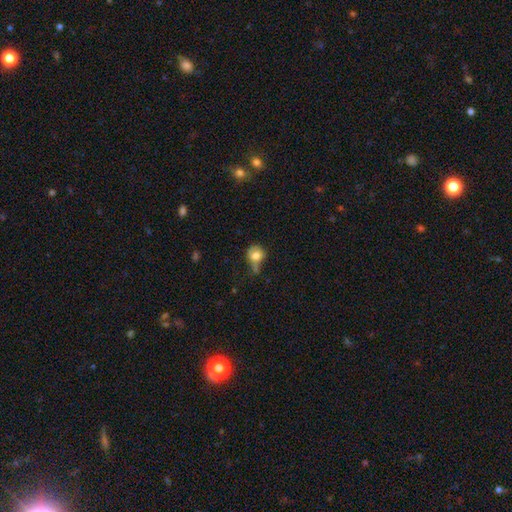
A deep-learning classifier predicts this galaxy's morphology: Smooth or featured?
  - smooth: 75% *
  - featured or disk: 15%
  - star or artifact: 10%
How rounded?
  - round: 71% *
  - in between: 28%
  - cigar-shaped: 1%
Merging?
  - none: 34% *
  - minor disturbance: 32%
  - major disturbance: 21%
  - merger: 13%